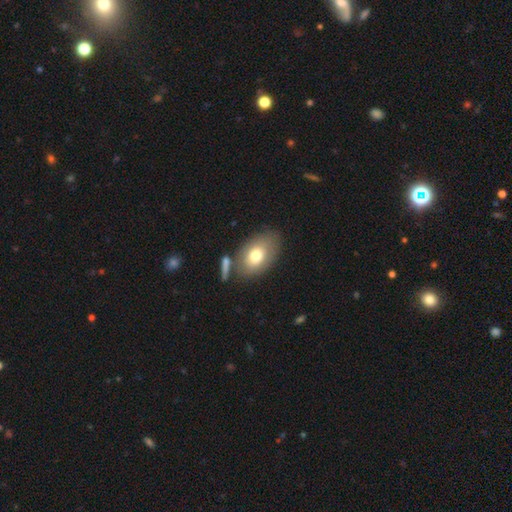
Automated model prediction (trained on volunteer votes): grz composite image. It shows a smooth galaxy with no disk features (73%) that is in between round and cigar-shaped (86%). Merging: none (67%).